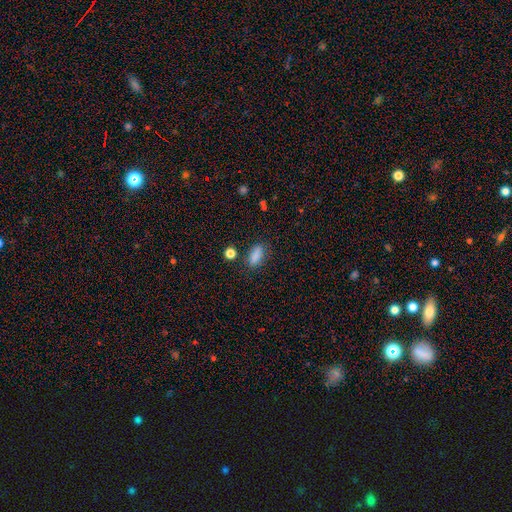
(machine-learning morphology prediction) smooth 84%, star or artifact 10%, featured or disk 5%. Down the decision tree: how rounded — in between (77%); merging — none (76%).